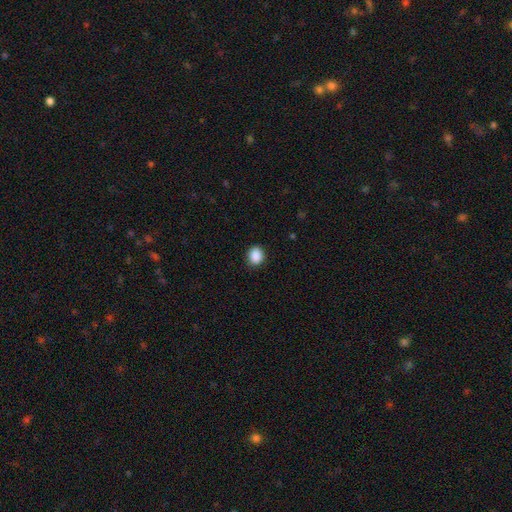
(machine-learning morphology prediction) Overall: smooth (89%). How rounded: round (59%; in between 40%). Merging: none (88%).